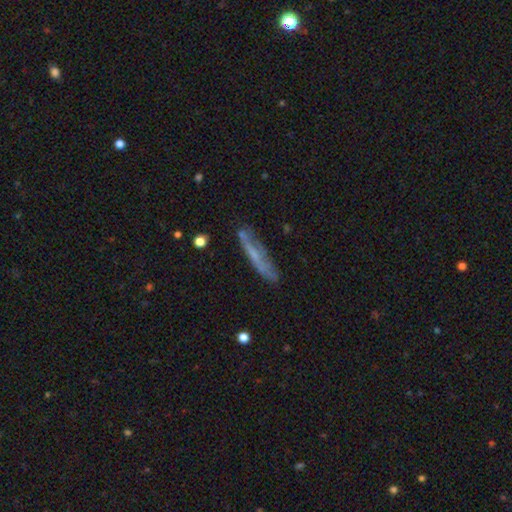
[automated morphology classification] A featured or disk galaxy (47%).

Vote fractions:
- Smooth or featured? featured or disk: 47% / smooth: 45% / star or artifact: 9%
- Merging? none: 67% / minor disturbance: 21% / major disturbance: 8% / merger: 4%